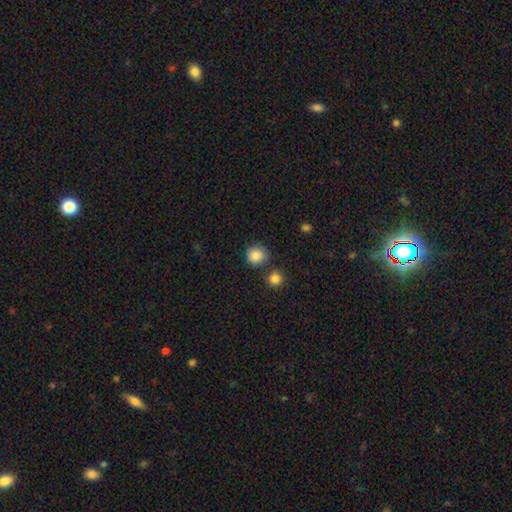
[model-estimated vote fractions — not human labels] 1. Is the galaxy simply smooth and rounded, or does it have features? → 87% smooth, 9% star or artifact, 4% featured or disk.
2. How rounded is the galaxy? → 90% round, 9% in between, 1% cigar-shaped.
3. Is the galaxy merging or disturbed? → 78% none, 11% minor disturbance, 8% merger, 3% major disturbance.